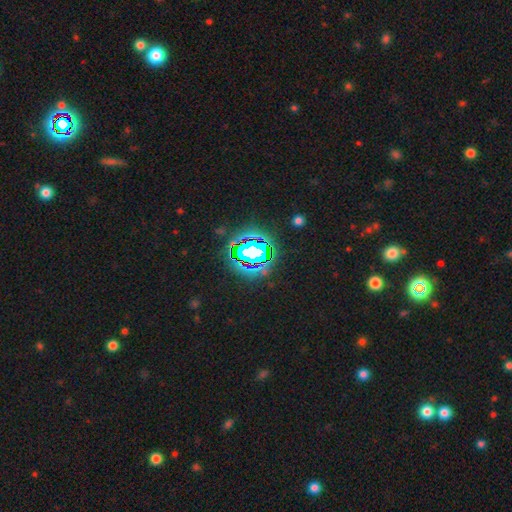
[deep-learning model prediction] The model was most divided on "smooth or featured": star or artifact: 78%, smooth: 13%, featured or disk: 9%.